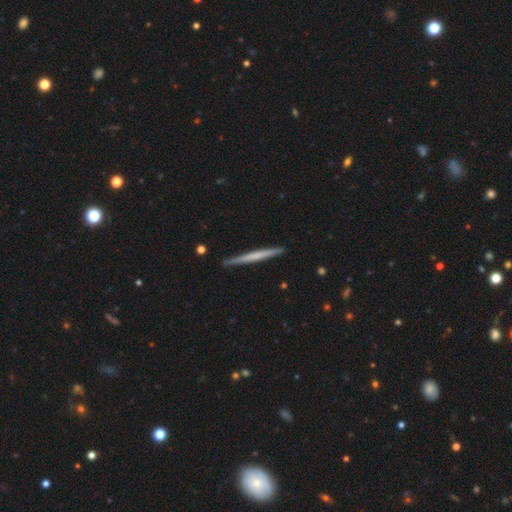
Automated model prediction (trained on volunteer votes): Overall: smooth (48%; featured or disk 47%). Merging: none (90%).